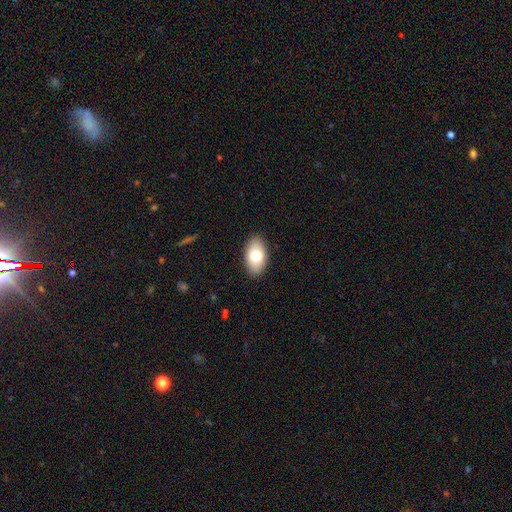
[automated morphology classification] Smooth or featured? smooth (77%)
How rounded? in between (94%)
Merging? none (89%)